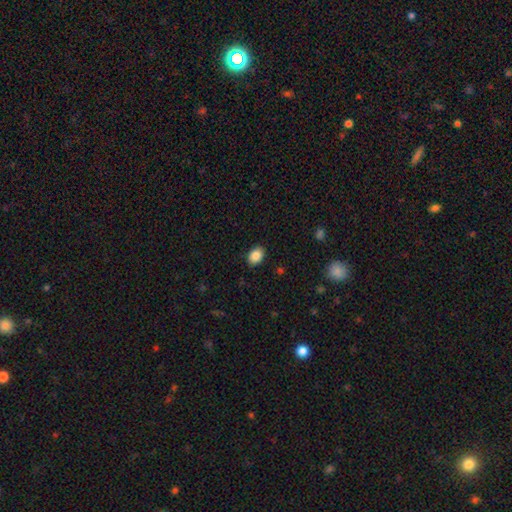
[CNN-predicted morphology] smooth-or-featured: smooth: 87% | star or artifact: 8% | featured or disk: 4%
  how-rounded: in between: 75% | round: 25% | cigar-shaped: 1%
  merging: none: 88% | minor disturbance: 9% | major disturbance: 2% | merger: 1%